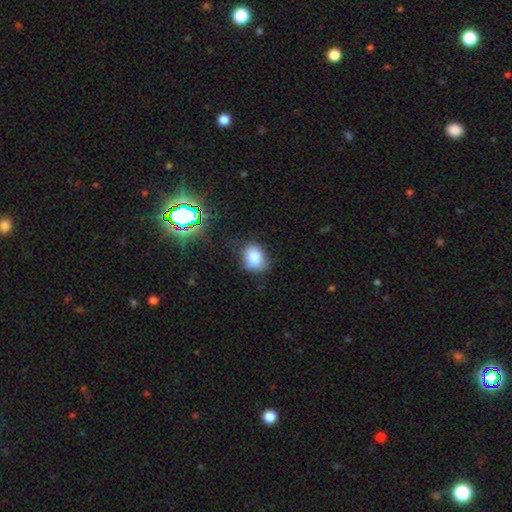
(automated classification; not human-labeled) The model was most divided on "how rounded": in between: 54%, round: 45%, cigar-shaped: 1%. More confident: smooth or featured — smooth (80%); merging — none (62%).